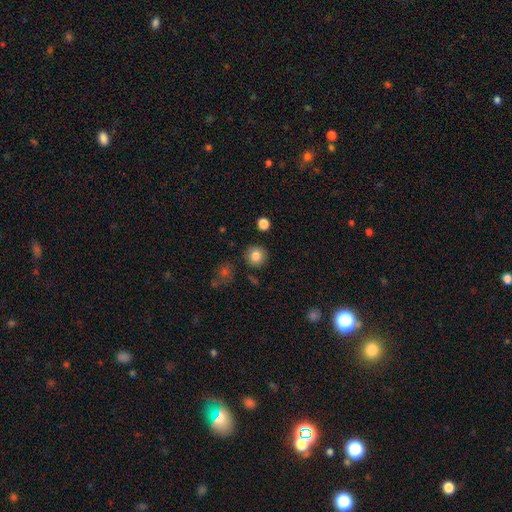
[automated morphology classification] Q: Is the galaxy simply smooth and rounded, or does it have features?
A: smooth — 84%.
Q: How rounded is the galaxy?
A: round — 92%.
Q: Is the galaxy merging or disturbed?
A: none — 87%.